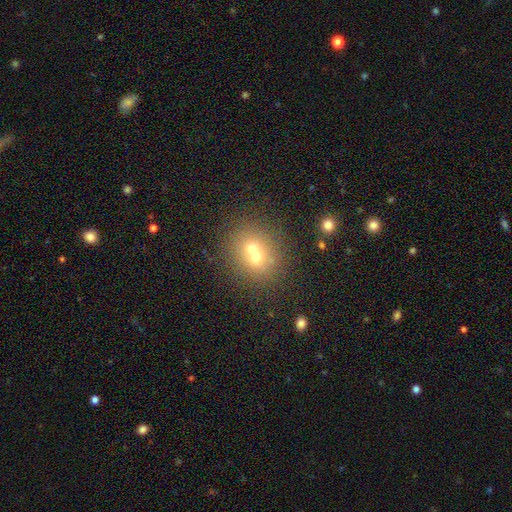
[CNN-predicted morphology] A smooth galaxy with no disk features (59%) that is round (79%).

Vote fractions:
- Smooth or featured? smooth: 59% / featured or disk: 25% / star or artifact: 17%
- How rounded? round: 79% / in between: 20% / cigar-shaped: 1%
- Merging? merger: 53% / none: 37% / minor disturbance: 6% / major disturbance: 3%